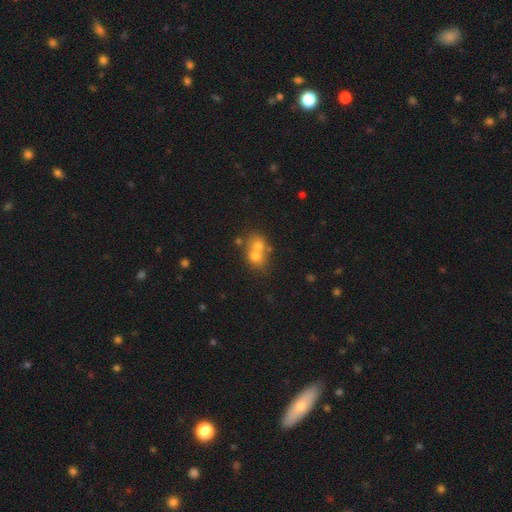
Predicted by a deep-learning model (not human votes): A smooth galaxy with no disk features (65%) that is round (67%).

Vote fractions:
- Smooth or featured? smooth: 65% / featured or disk: 22% / star or artifact: 13%
- How rounded? round: 67% / in between: 32% / cigar-shaped: 1%
- Merging? merger: 64% / none: 27% / minor disturbance: 6% / major disturbance: 3%